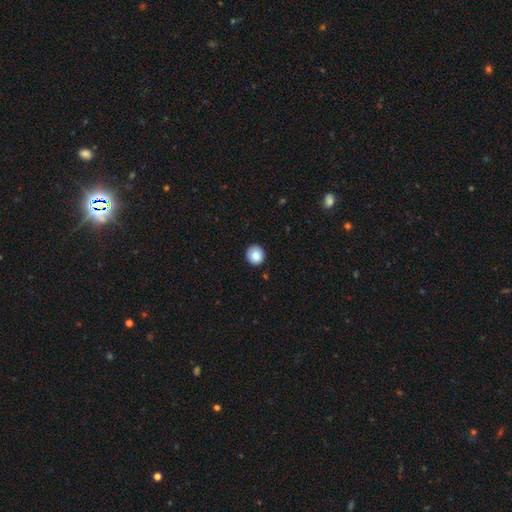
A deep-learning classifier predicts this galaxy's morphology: Overall: smooth (86%). How rounded: round (92%). Merging: none (90%).